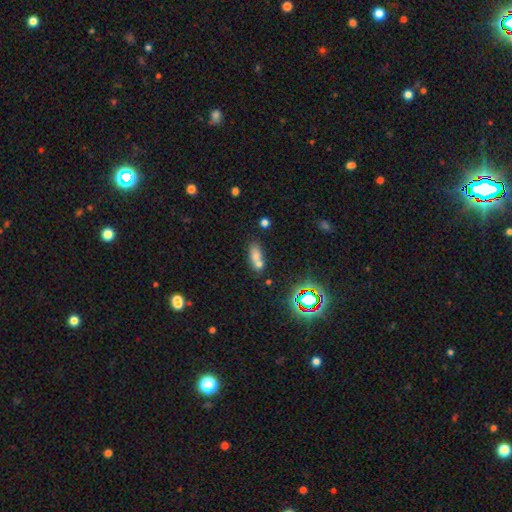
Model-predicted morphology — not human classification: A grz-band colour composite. It shows a smooth galaxy with no disk features (68%) that is in between round and cigar-shaped (72%). Merging: merger (43%).